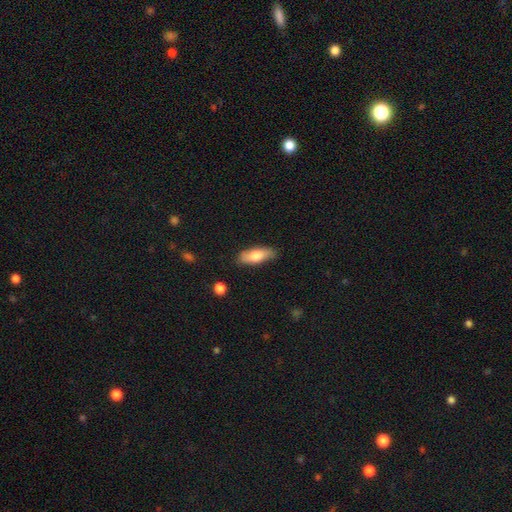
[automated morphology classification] smooth_or_featured: smooth (p=0.74) [alt: featured or disk p=0.20]
how_rounded: in between (p=0.70) [alt: cigar-shaped p=0.28]
merging: none (p=0.80) [alt: minor disturbance p=0.16]